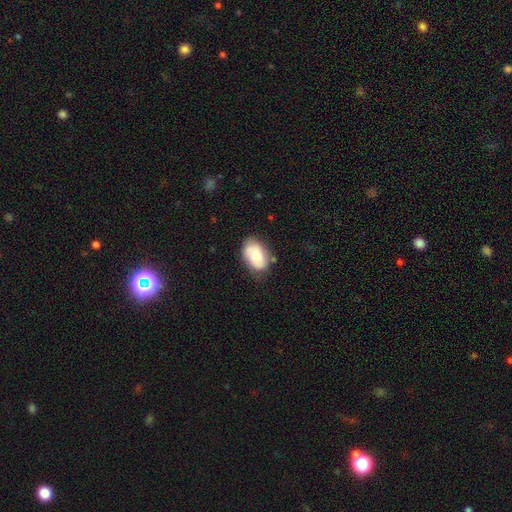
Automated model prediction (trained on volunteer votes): A smooth galaxy with no disk features (68%) that is in between round and cigar-shaped (90%).

Vote fractions:
- Smooth or featured? smooth: 68% / featured or disk: 25% / star or artifact: 7%
- How rounded? in between: 90% / round: 8% / cigar-shaped: 1%
- Merging? none: 67% / minor disturbance: 24% / major disturbance: 6% / merger: 3%